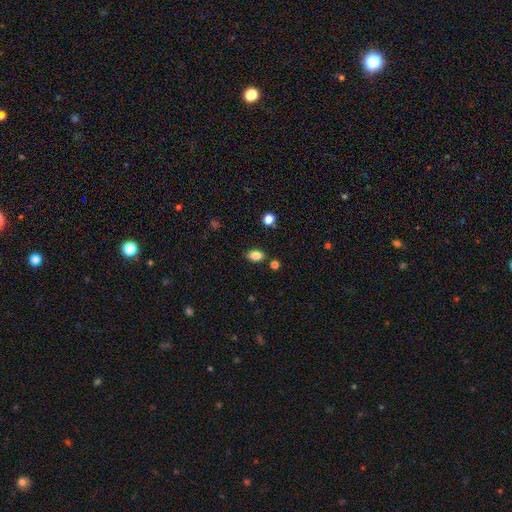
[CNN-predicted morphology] Overall: smooth (83%). How rounded: in between (80%). Merging: none (81%).